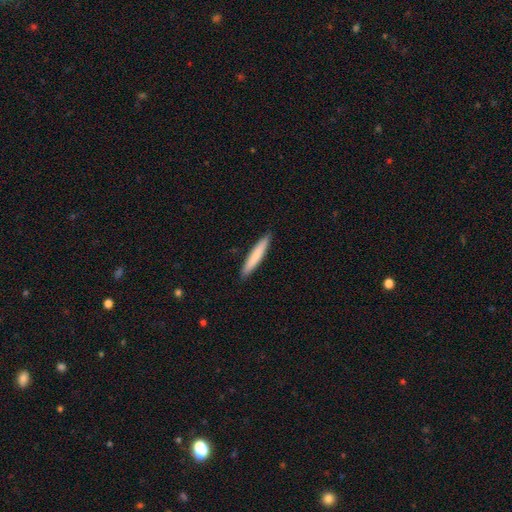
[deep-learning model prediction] smooth-or-featured: smooth: 79% | featured or disk: 16% | star or artifact: 5%
  how-rounded: cigar-shaped: 94% | in between: 5% | round: 1%
  merging: none: 91% | minor disturbance: 6% | major disturbance: 1% | merger: 1%